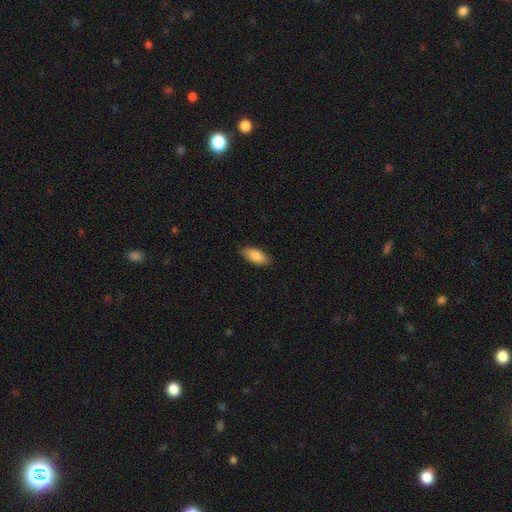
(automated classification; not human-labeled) Morphology: type=smooth (87%); roundness=in between (90%); merging=none (87%).